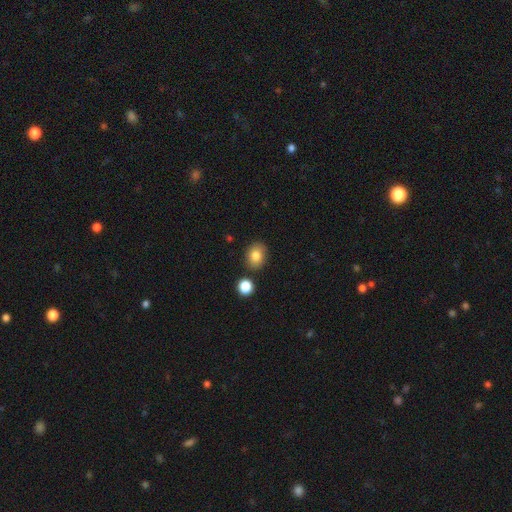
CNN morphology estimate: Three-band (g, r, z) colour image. It shows a smooth galaxy with no disk features (82%) that is round (51%). Merging: none (82%).